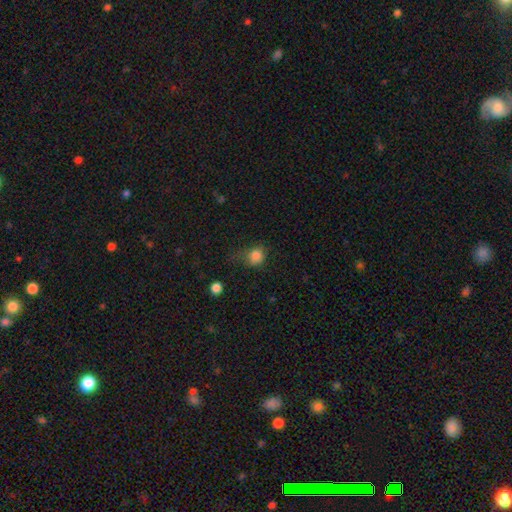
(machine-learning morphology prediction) type=smooth (82%); roundness=round (69%); merging=none (44%).